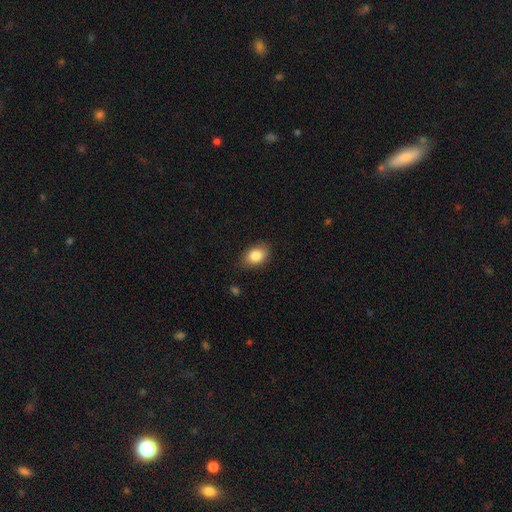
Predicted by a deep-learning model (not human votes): smooth 84%, star or artifact 8%, featured or disk 8%. Down the decision tree: how rounded — in between (78%); merging — none (79%).